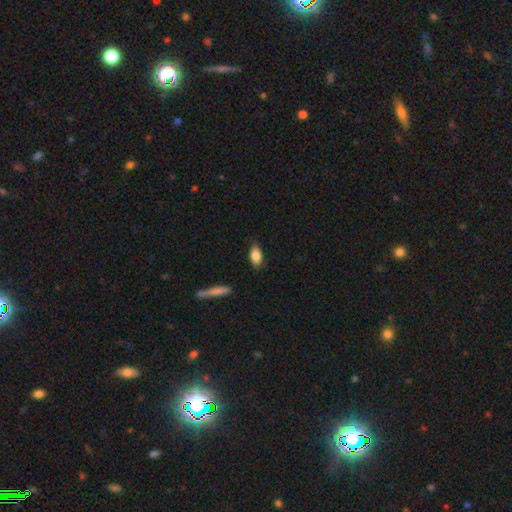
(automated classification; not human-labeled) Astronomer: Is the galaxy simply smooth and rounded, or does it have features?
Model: smooth — 84%.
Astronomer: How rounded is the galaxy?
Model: in between — 87%.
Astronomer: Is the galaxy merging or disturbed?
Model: none — 82%.